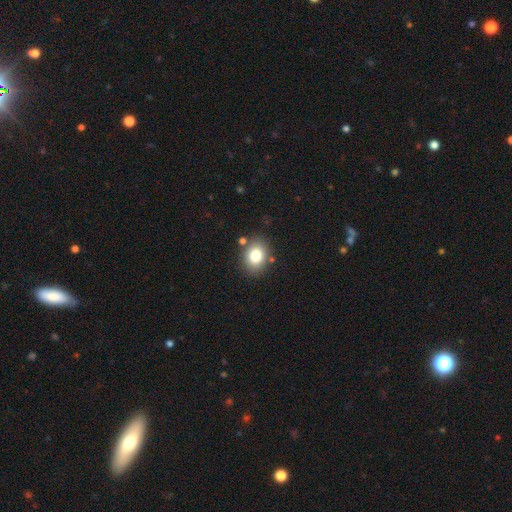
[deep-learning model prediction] Smooth or featured: smooth — 81% (star or artifact — 10%)
How rounded: in between — 55% (round — 44%)
Merging: none — 81% (minor disturbance — 11%)